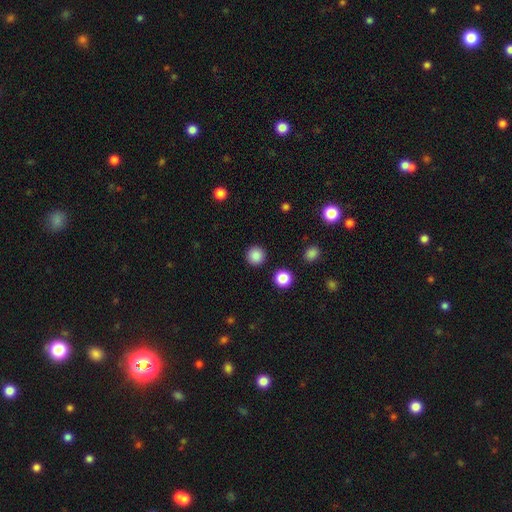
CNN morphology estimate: smooth_or_featured: smooth (p=0.87) [alt: star or artifact p=0.10]
how_rounded: round (p=0.95) [alt: in between p=0.04]
merging: none (p=0.92) [alt: minor disturbance p=0.05]